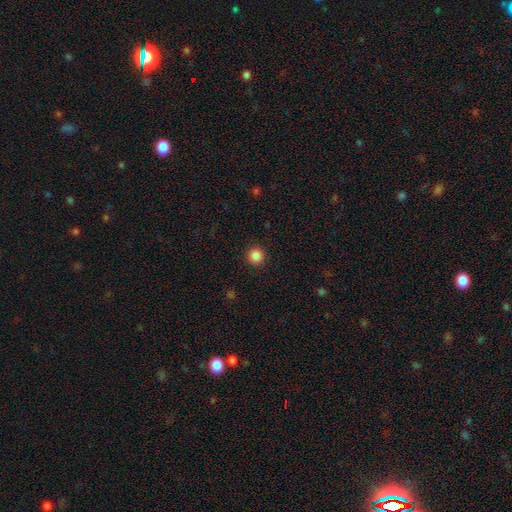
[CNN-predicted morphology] Smooth or featured?
  - smooth: 86% *
  - star or artifact: 11%
  - featured or disk: 3%
How rounded?
  - round: 94% *
  - in between: 5%
  - cigar-shaped: 1%
Merging?
  - none: 92% *
  - minor disturbance: 5%
  - major disturbance: 2%
  - merger: 1%